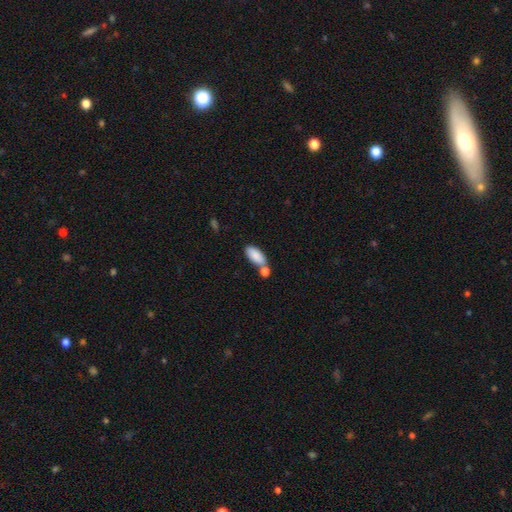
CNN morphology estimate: Smooth or featured?
  - smooth: 87% *
  - featured or disk: 7%
  - star or artifact: 7%
How rounded?
  - in between: 89% *
  - cigar-shaped: 9%
  - round: 2%
Merging?
  - none: 50% *
  - merger: 33%
  - minor disturbance: 13%
  - major disturbance: 4%